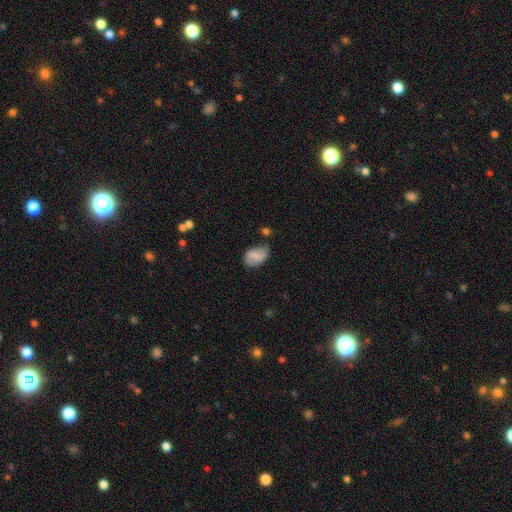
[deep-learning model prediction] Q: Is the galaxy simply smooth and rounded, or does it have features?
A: smooth — 62%.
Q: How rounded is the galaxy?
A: in between — 83%.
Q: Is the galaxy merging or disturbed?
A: none — 61%.